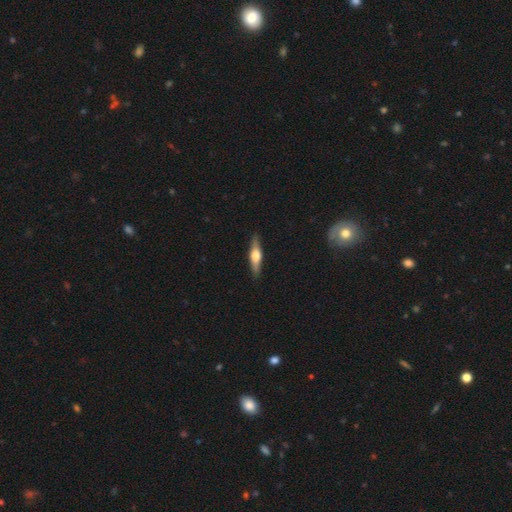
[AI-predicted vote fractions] smooth-or-featured: featured or disk: 60% | smooth: 35% | star or artifact: 5%
  disk-edge-on: yes: 95% | no: 5%
    edge-on-bulge: rounded: 92% | boxy: 5% | none: 2%
  merging: none: 90% | minor disturbance: 8% | major disturbance: 2% | merger: 1%